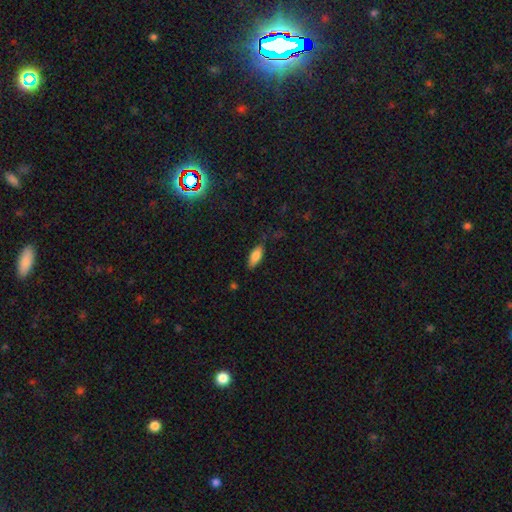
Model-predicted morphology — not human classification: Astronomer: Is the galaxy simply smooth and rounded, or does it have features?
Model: smooth — 82%.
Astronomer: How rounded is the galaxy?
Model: in between — 79%.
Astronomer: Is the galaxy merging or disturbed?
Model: none — 77%.